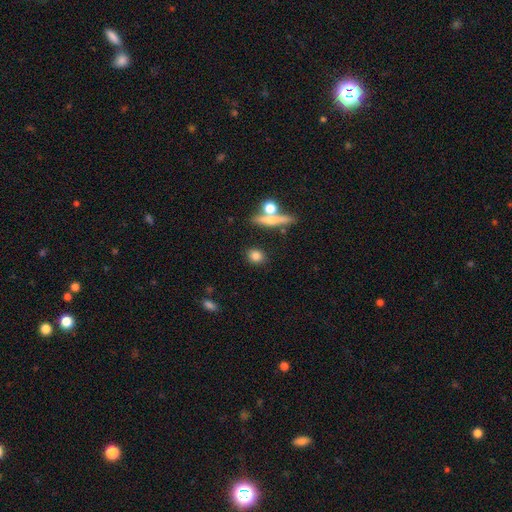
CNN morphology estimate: This appears to be a smooth galaxy with no disk features (79%) that is round (63%). Merging: none (82%).